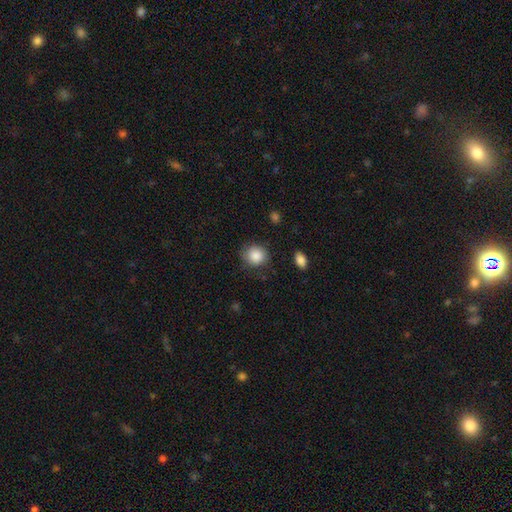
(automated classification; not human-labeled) smooth-or-featured: smooth: 87% | star or artifact: 8% | featured or disk: 5%
  how-rounded: round: 83% | in between: 16% | cigar-shaped: 1%
  merging: none: 80% | minor disturbance: 14% | major disturbance: 4% | merger: 2%